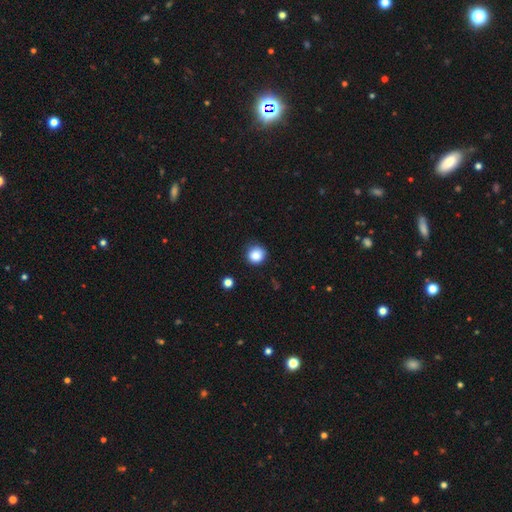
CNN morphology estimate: smooth_or_featured: smooth (p=0.86) [alt: star or artifact p=0.10]
how_rounded: round (p=0.93) [alt: in between p=0.06]
merging: none (p=0.84) [alt: minor disturbance p=0.12]